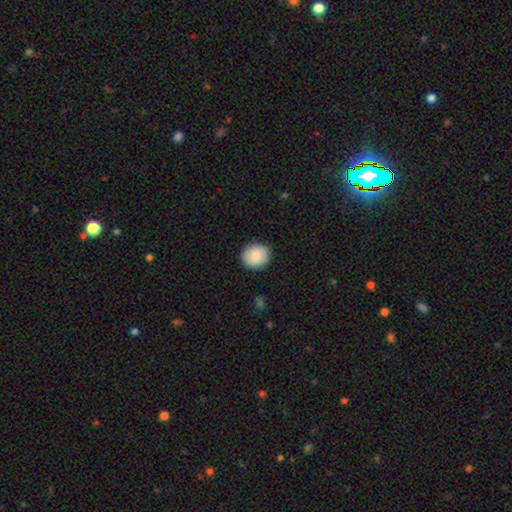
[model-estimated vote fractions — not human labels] Smooth or featured? smooth (86%)
How rounded? round (82%)
Merging? none (88%)